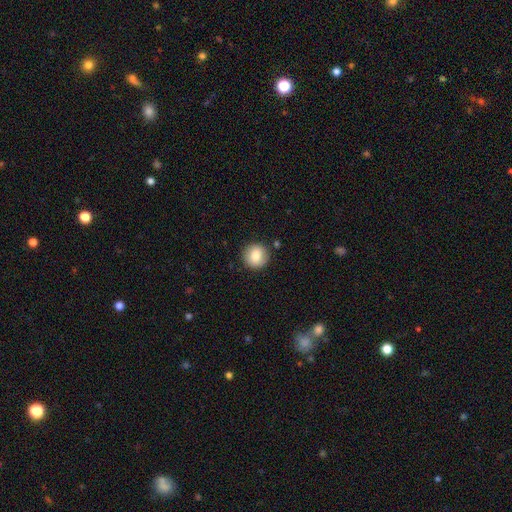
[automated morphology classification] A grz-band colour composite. It shows a smooth galaxy with no disk features (80%) that is round (93%). Merging: none (88%).